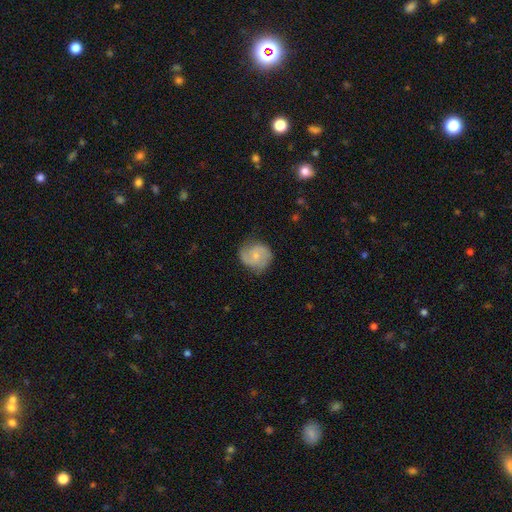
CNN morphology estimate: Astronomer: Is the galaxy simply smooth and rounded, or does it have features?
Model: featured or disk — 69%.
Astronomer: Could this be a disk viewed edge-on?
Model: no — 98%.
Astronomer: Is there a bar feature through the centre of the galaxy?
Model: no — 65%.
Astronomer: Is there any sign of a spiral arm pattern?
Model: yes — 93%.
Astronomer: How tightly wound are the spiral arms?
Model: medium — 48% (runner-up: tight, 32%).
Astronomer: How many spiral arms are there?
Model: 2 — 82%.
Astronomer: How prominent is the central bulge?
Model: small — 58% (runner-up: moderate, 35%).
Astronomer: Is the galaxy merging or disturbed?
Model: none — 75%.